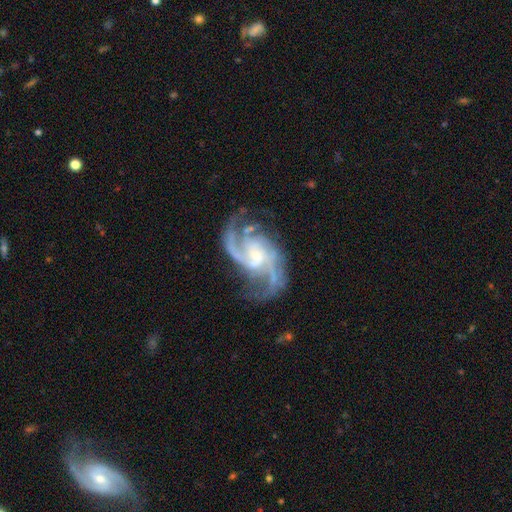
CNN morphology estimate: This is clearly a featured or disk galaxy (92%). It is clearly not viewed edge-on (98%). Bar: possibly no (49%). Spiral arm pattern: clearly yes (98%). Spiral arm count: possibly 2 (58%). Spiral winding: possibly medium (55%). Central bulge: likely small (63%). Merging: likely none (68%).